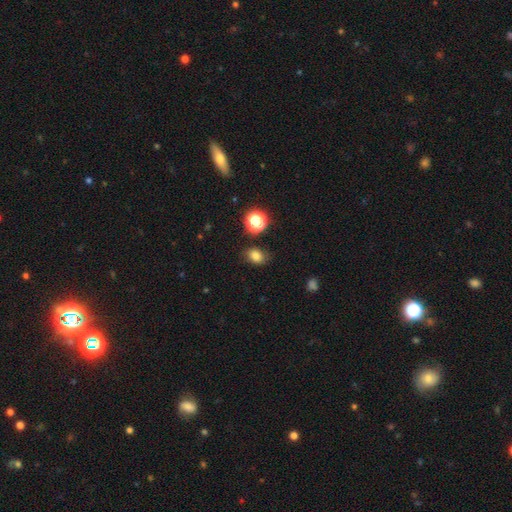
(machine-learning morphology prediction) Smooth or featured?
  - smooth: 79% *
  - star or artifact: 15%
  - featured or disk: 7%
How rounded?
  - in between: 66% *
  - round: 32%
  - cigar-shaped: 1%
Merging?
  - none: 80% *
  - minor disturbance: 14%
  - major disturbance: 4%
  - merger: 3%